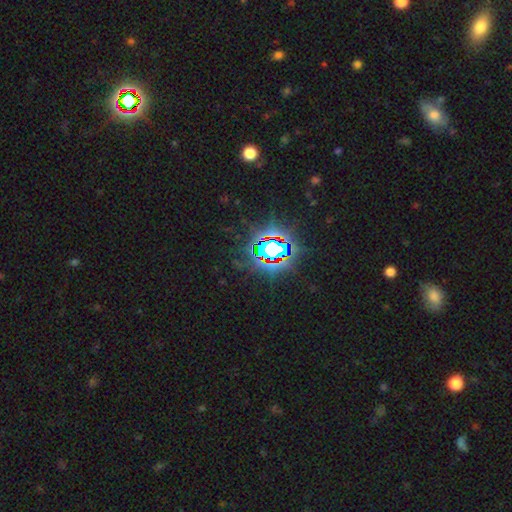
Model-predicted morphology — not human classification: star or artifact 81%, smooth 11%, featured or disk 8%.